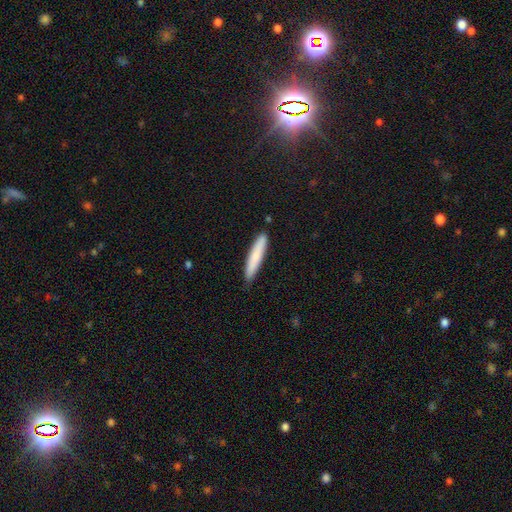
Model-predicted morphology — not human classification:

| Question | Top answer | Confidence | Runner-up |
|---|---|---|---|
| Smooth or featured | smooth | 80% | featured or disk (14%) |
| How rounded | cigar-shaped | 91% | in between (8%) |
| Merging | none | 87% | minor disturbance (10%) |